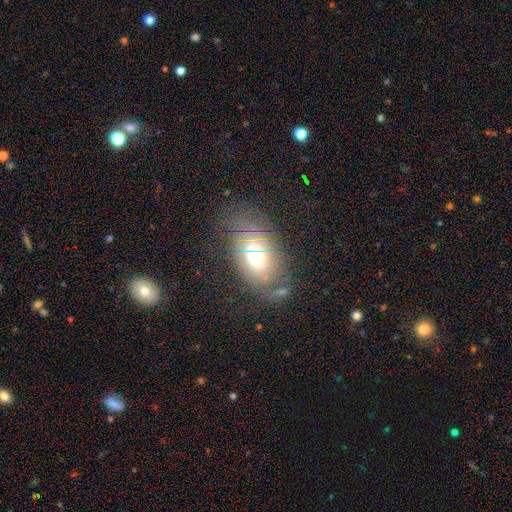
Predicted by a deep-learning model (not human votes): This appears to be a featured or disk galaxy (49%). Merging: none (59%).